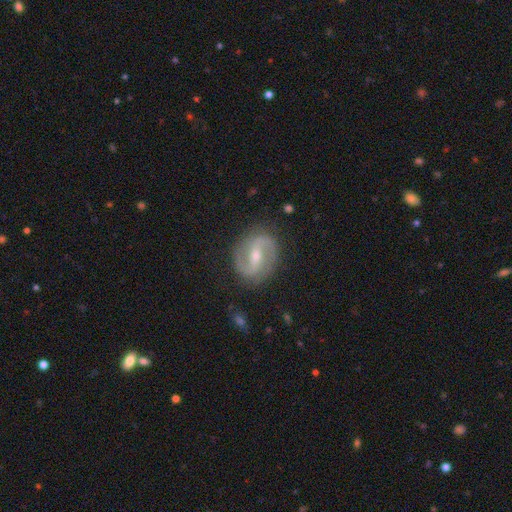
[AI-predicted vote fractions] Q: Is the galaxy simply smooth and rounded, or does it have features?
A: featured or disk — 86%.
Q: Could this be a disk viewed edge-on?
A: no — 97%.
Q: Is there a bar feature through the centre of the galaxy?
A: strong — 44%.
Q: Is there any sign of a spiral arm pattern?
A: yes — 94%.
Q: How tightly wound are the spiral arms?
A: medium — 50%.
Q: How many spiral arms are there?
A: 2 — 92%.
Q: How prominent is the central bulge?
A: moderate — 48%.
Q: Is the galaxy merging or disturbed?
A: none — 85%.